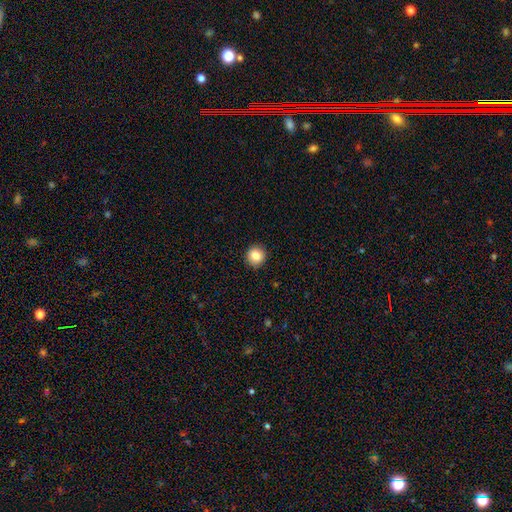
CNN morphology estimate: type=smooth (84%); roundness=round (93%); merging=none (92%).